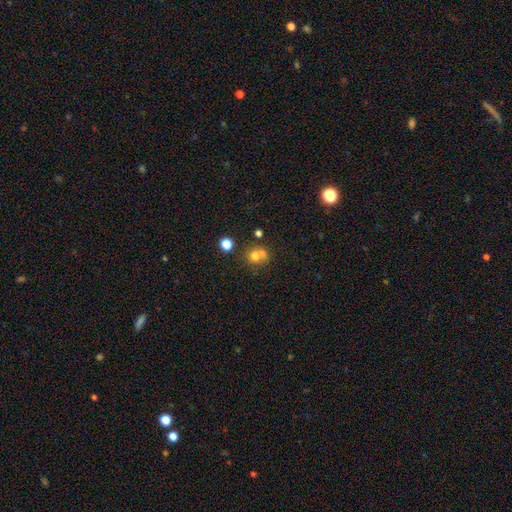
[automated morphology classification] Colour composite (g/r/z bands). It shows a smooth galaxy with no disk features (68%) that is round (78%). Merging: merger (46%).